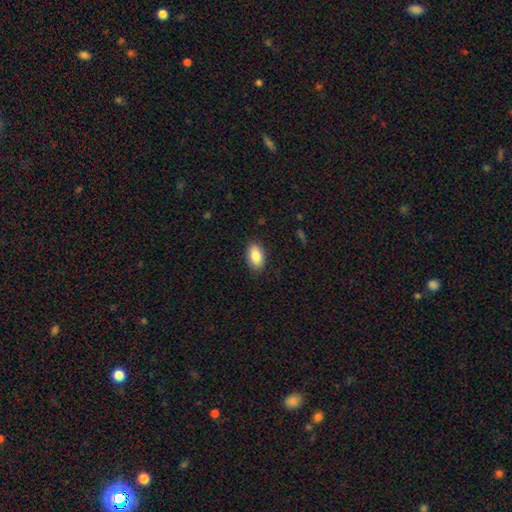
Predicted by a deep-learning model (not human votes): Smooth or featured: smooth — 84% (featured or disk — 9%)
How rounded: in between — 92% (round — 5%)
Merging: none — 86% (minor disturbance — 10%)